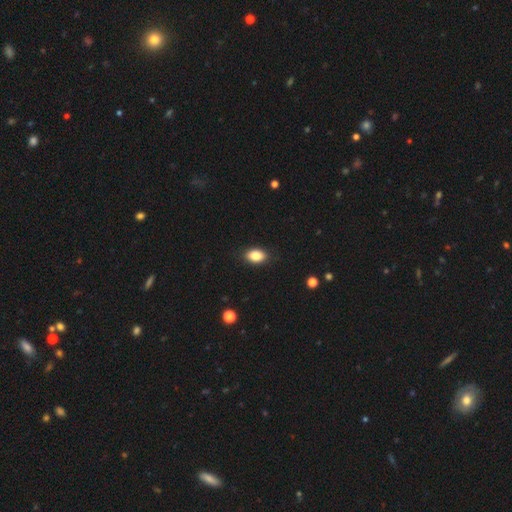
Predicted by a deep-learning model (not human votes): Smooth or featured: smooth — 86% (star or artifact — 8%)
How rounded: in between — 87% (round — 12%)
Merging: none — 88% (minor disturbance — 9%)